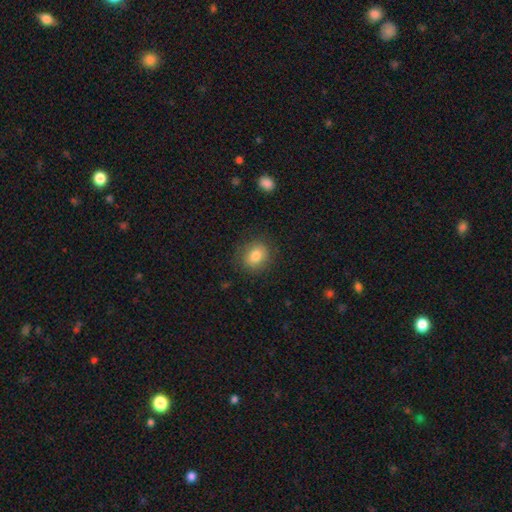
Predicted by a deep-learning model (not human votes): A smooth galaxy with no disk features (81%) that is round (66%). Merging: none (84%).